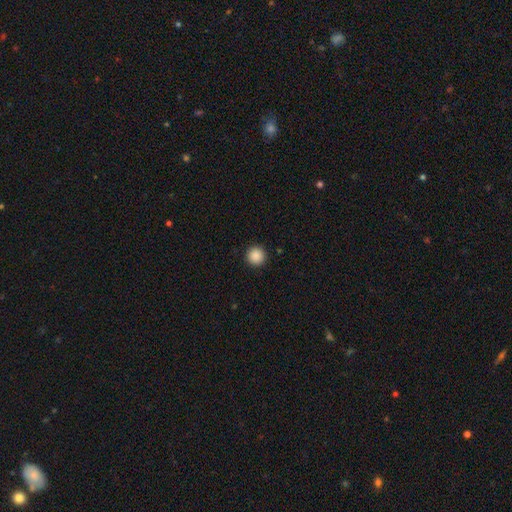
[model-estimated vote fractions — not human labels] The model was most divided on "smooth or featured": smooth: 88%, star or artifact: 9%, featured or disk: 2%. More confident: how rounded — round (96%); merging — none (93%).